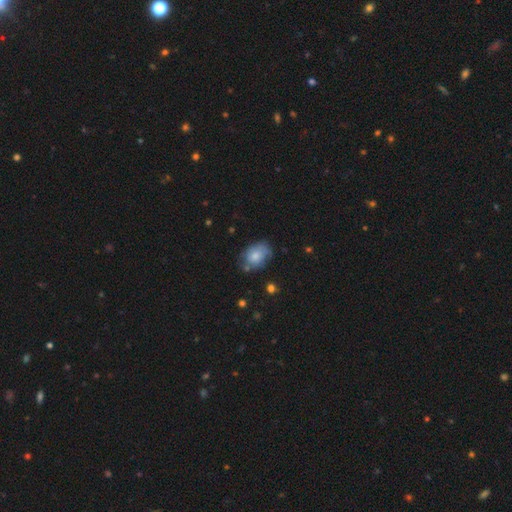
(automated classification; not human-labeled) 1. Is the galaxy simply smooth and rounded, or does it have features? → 67% smooth, 25% featured or disk, 8% star or artifact.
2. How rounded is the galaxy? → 75% in between, 24% round, 1% cigar-shaped.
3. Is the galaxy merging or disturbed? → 57% none, 30% minor disturbance, 9% major disturbance, 4% merger.